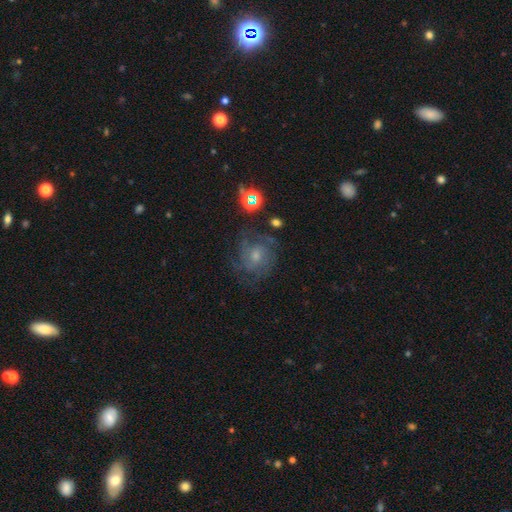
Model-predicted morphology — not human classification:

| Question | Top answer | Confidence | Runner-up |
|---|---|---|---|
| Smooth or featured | featured or disk | 66% | smooth (20%) |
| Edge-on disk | no | 98% | yes (2%) |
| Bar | no | 71% | weak (26%) |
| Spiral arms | yes | 88% | no (12%) |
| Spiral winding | tight | 51% | medium (38%) |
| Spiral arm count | can't tell | 40% | 3 (21%) |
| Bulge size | small | 46% | moderate (44%) |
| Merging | none | 66% | minor disturbance (18%) |